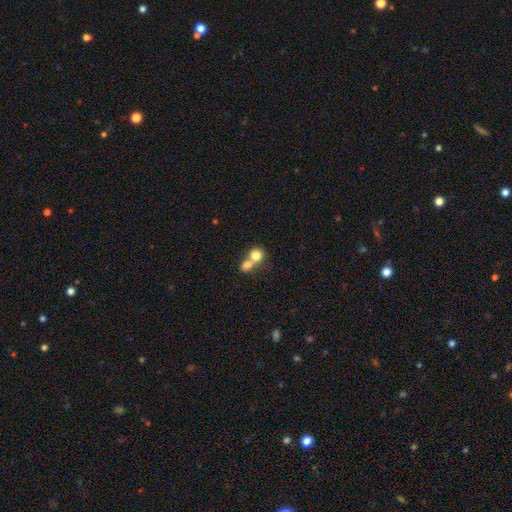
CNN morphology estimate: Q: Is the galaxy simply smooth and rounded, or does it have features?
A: smooth — 77%.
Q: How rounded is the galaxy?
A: round — 76%.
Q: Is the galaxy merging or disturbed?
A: merger — 66%.